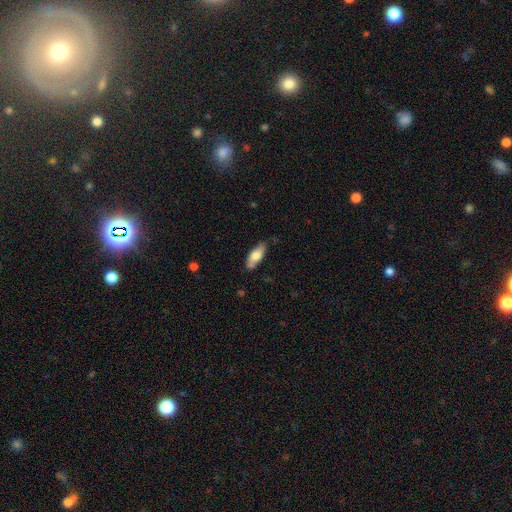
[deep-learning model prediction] Smooth or featured? Predicted: smooth (p=0.71). How rounded? Predicted: in between (p=0.78). Merging? Predicted: none (p=0.77).